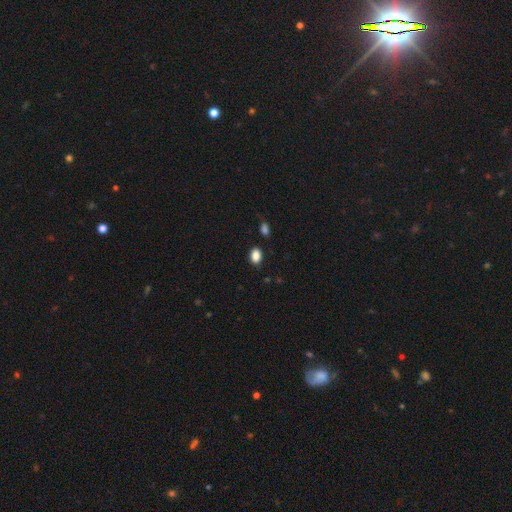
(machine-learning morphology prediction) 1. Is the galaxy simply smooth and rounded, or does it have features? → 87% smooth, 9% star or artifact, 4% featured or disk.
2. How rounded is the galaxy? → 78% in between, 21% round, 1% cigar-shaped.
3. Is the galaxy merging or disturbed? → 85% none, 10% minor disturbance, 3% merger, 2% major disturbance.